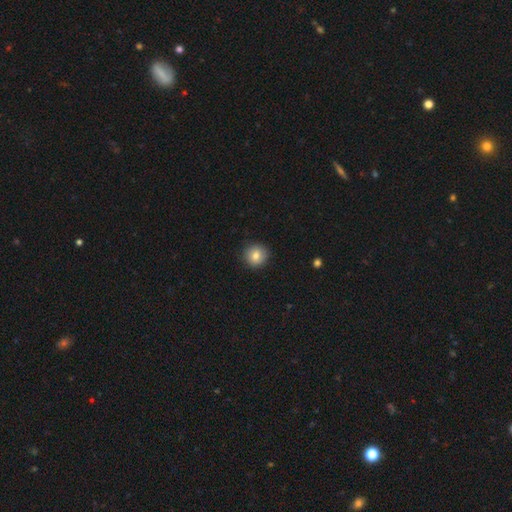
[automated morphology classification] A smooth galaxy with no disk features (82%) that is round (92%). Merging: none (90%).